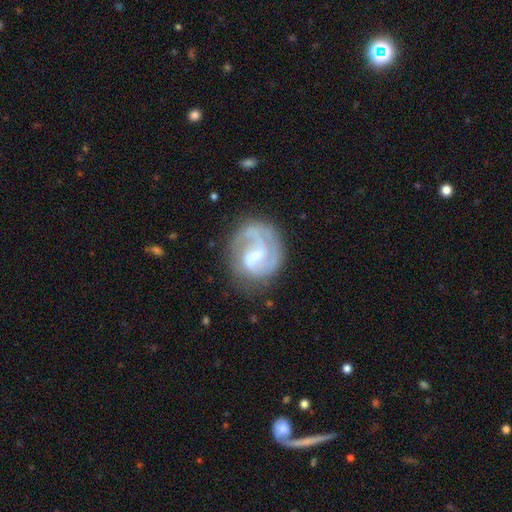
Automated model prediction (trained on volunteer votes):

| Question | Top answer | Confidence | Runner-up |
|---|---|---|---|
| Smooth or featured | featured or disk | 75% | smooth (19%) |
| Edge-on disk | no | 98% | yes (2%) |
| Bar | weak | 49% | no (26%) |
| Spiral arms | yes | 88% | no (12%) |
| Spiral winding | tight | 41% | medium (39%) |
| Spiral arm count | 2 | 41% | 1 (34%) |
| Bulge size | none | 33% | moderate (27%) |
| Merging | none | 61% | minor disturbance (19%) |